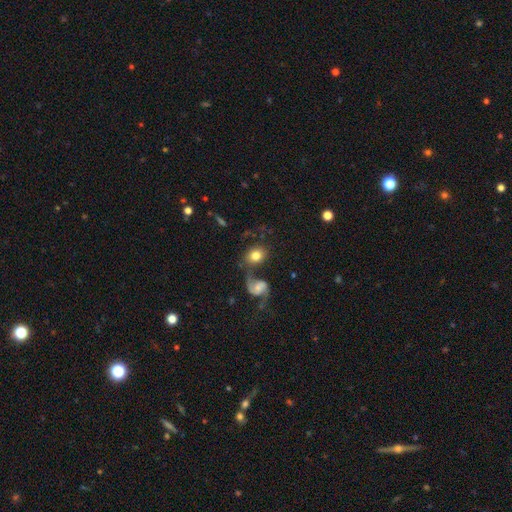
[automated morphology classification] The model was most divided on "how rounded": round: 53%, in between: 46%, cigar-shaped: 1%. More confident: smooth or featured — smooth (68%); merging — none (56%).